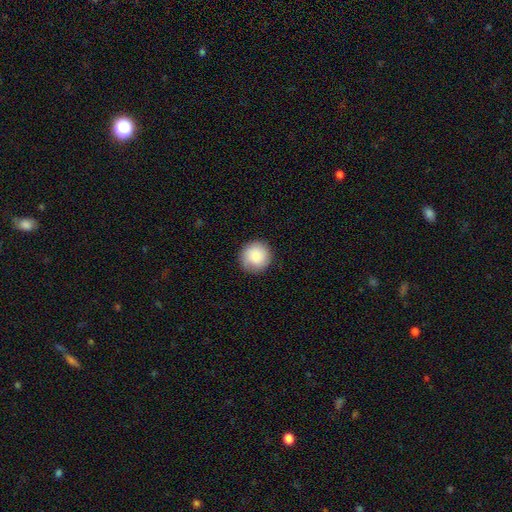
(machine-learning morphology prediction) smooth_or_featured: smooth (p=0.87) [alt: star or artifact p=0.07]
how_rounded: round (p=0.94) [alt: in between p=0.05]
merging: none (p=0.89) [alt: minor disturbance p=0.08]